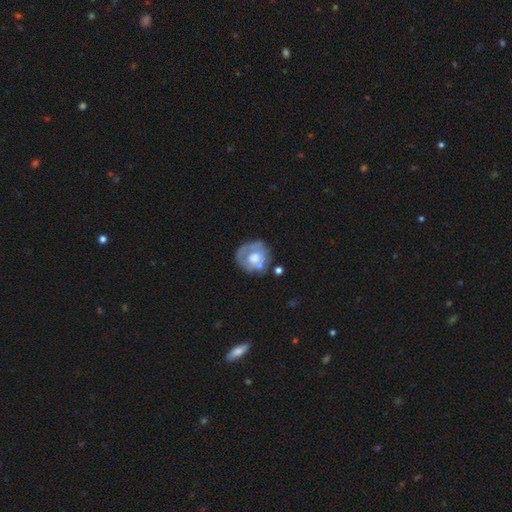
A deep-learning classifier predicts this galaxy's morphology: This appears to be a smooth galaxy with no disk features (48%). Merging: none (51%).